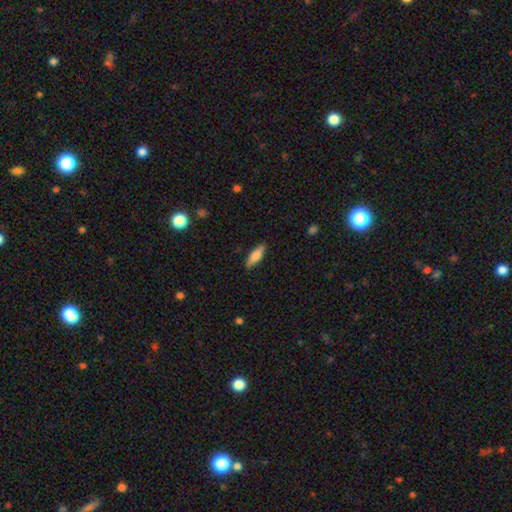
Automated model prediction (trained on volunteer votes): smooth_or_featured: smooth (p=0.77) [alt: featured or disk p=0.17]
how_rounded: in between (p=0.55) [alt: cigar-shaped p=0.43]
merging: none (p=0.86) [alt: minor disturbance p=0.10]